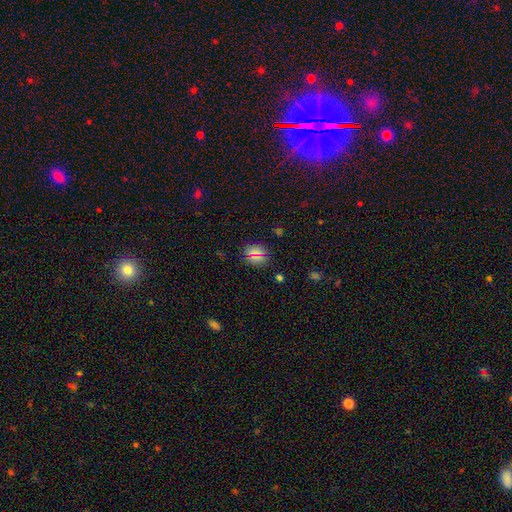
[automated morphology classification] smooth-or-featured: smooth: 70% | star or artifact: 23% | featured or disk: 7%
  how-rounded: round: 66% | in between: 30% | cigar-shaped: 3%
  merging: none: 85% | minor disturbance: 10% | major disturbance: 3% | merger: 2%